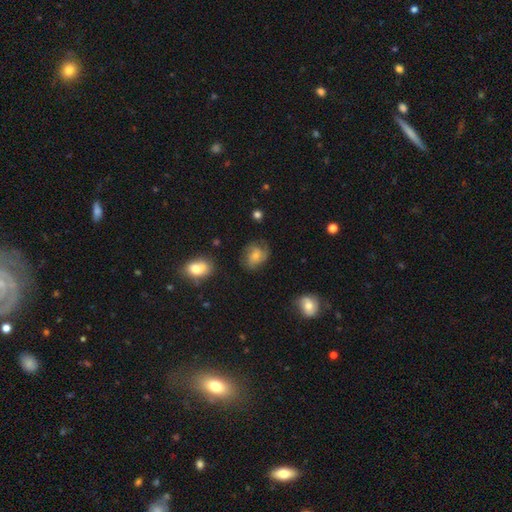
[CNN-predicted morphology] Q: Smooth or featured?
A: featured or disk (56%); runner-up: smooth (34%)
Q: Edge-on disk?
A: no (97%); runner-up: yes (3%)
Q: Bar?
A: no (63%); runner-up: weak (32%)
Q: Spiral arms?
A: yes (88%); runner-up: no (12%)
Q: Bulge size?
A: moderate (47%); runner-up: small (42%)
Q: Merging?
A: none (66%); runner-up: minor disturbance (22%)